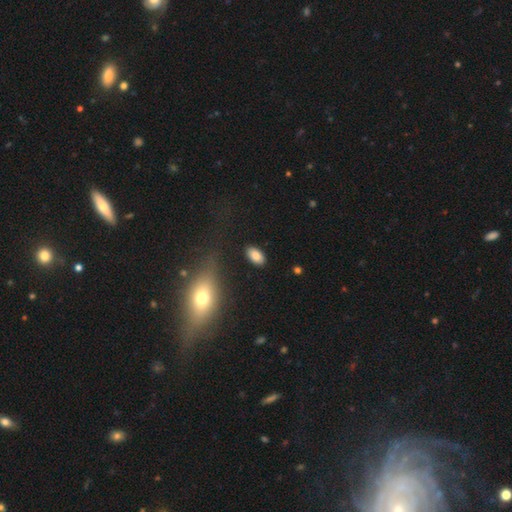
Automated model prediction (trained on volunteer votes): A smooth galaxy with no disk features (84%) that is in between round and cigar-shaped (93%).

Vote fractions:
- Smooth or featured? smooth: 84% / featured or disk: 8% / star or artifact: 8%
- How rounded? in between: 93% / round: 4% / cigar-shaped: 3%
- Merging? none: 86% / minor disturbance: 9% / major disturbance: 3% / merger: 2%